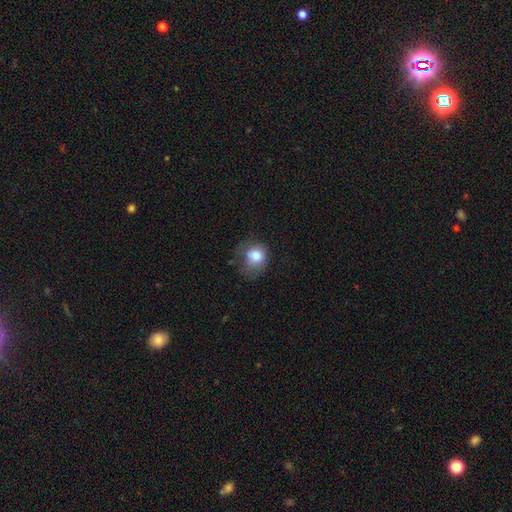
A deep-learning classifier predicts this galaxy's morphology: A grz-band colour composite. It shows a smooth galaxy with no disk features (77%) that is round (63%). Merging: none (37%).